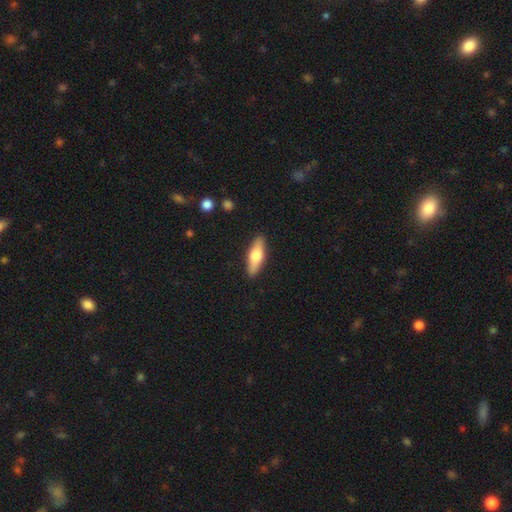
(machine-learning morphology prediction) smooth-or-featured: smooth: 62% | featured or disk: 32% | star or artifact: 5%
  how-rounded: in between: 49% | cigar-shaped: 48% | round: 2%
  merging: none: 89% | minor disturbance: 8% | major disturbance: 2% | merger: 1%